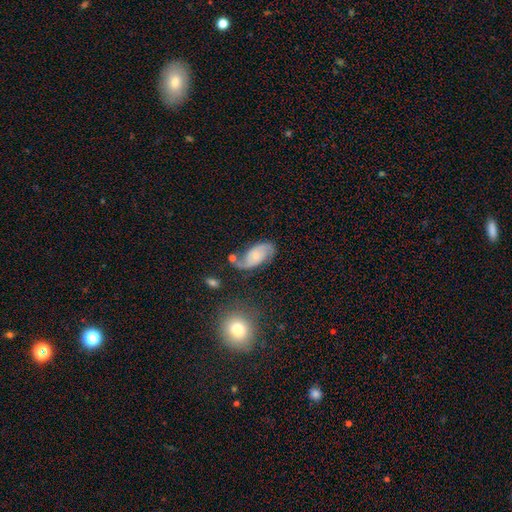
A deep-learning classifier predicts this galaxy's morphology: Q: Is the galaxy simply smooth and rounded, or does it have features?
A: featured or disk — 70%.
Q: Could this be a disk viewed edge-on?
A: no — 96%.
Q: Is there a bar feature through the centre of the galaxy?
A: no — 68%.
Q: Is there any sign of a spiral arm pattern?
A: yes — 92%.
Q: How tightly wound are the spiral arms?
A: medium — 41%.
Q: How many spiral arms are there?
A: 2 — 84%.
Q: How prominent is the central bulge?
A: small — 63%.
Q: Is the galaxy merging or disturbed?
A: none — 55%.